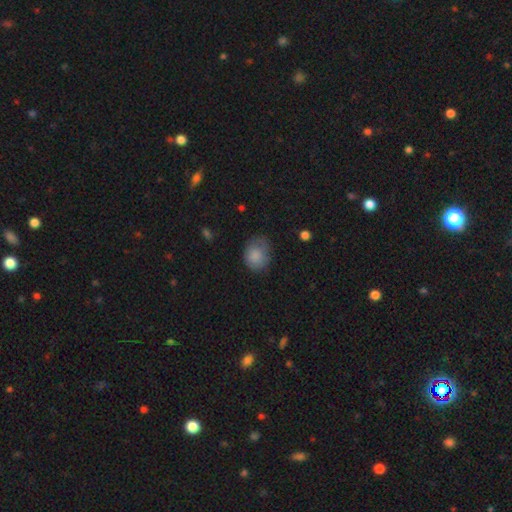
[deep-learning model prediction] This is clearly a smooth galaxy (82%). How rounded: possibly in between (50%). Merging: possibly none (55%).